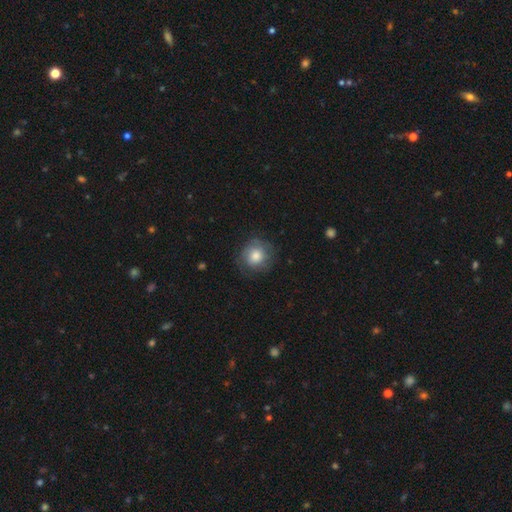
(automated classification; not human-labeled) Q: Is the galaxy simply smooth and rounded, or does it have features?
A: smooth — 68%.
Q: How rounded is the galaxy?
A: round — 88%.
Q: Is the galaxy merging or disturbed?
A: none — 72%.